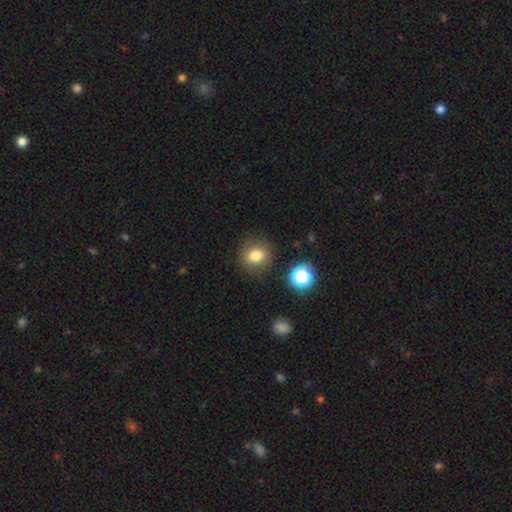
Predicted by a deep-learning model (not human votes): smooth_or_featured: smooth (p=0.80) [alt: star or artifact p=0.12]
how_rounded: round (p=0.62) [alt: in between p=0.37]
merging: none (p=0.83) [alt: minor disturbance p=0.11]